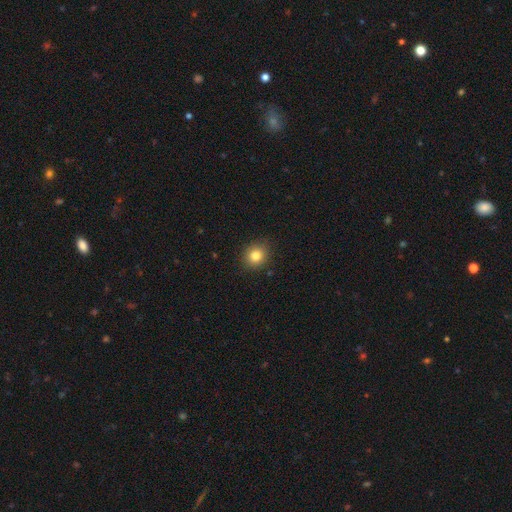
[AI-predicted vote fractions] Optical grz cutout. It shows a smooth galaxy with no disk features (82%) that is round (76%). Merging: none (88%).